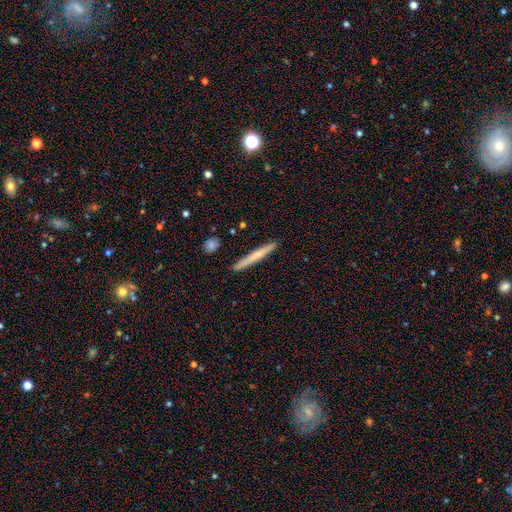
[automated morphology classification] smooth-or-featured: smooth: 61% | featured or disk: 33% | star or artifact: 6%
  how-rounded: cigar-shaped: 97% | in between: 2% | round: 1%
  merging: none: 91% | minor disturbance: 6% | merger: 2% | major disturbance: 1%